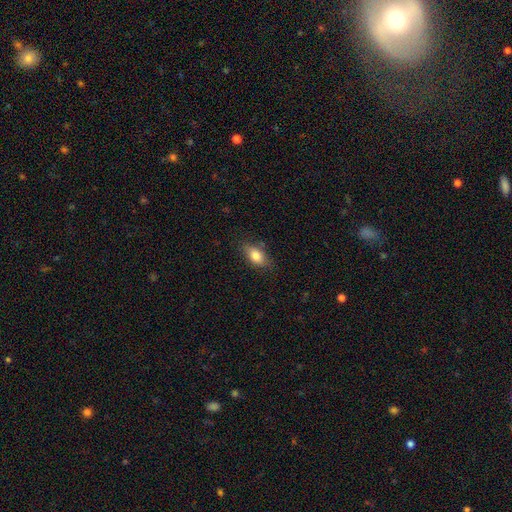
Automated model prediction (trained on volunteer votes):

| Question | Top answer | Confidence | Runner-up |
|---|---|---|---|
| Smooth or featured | smooth | 80% | featured or disk (12%) |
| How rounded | in between | 84% | round (9%) |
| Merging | none | 78% | minor disturbance (17%) |